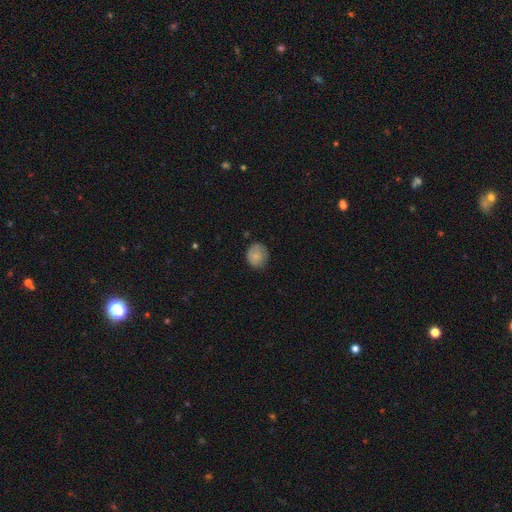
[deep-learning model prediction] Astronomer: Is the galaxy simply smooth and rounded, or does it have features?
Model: smooth — 80%.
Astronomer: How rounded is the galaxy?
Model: round — 80%.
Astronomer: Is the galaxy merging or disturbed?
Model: none — 74%.